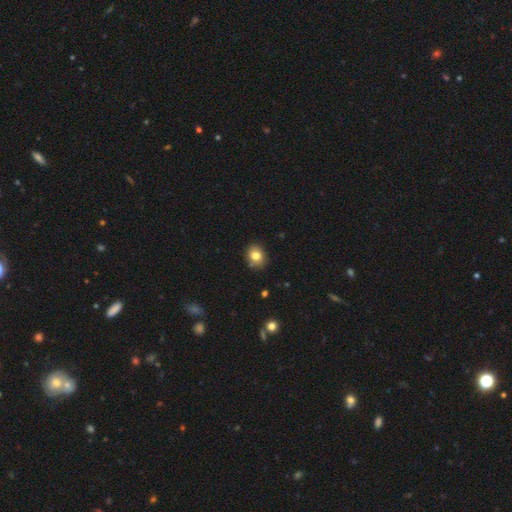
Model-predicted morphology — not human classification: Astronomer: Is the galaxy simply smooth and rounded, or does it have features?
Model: smooth — 80%.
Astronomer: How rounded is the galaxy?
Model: round — 60% (runner-up: in between, 39%).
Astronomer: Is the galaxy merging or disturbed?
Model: none — 85%.